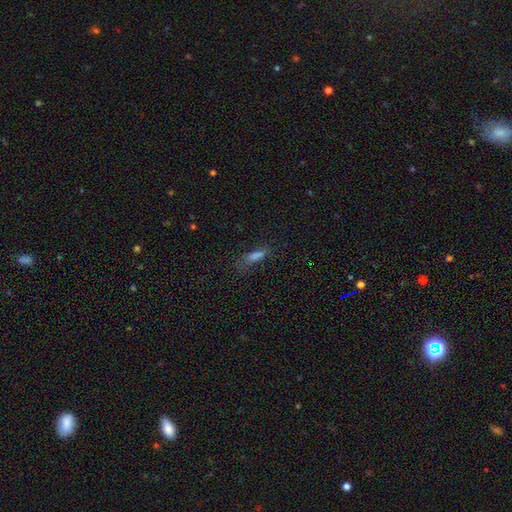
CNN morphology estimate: The model was most divided on "how rounded": cigar-shaped: 57%, in between: 39%, round: 4%. More confident: smooth or featured — smooth (63%); merging — none (59%).